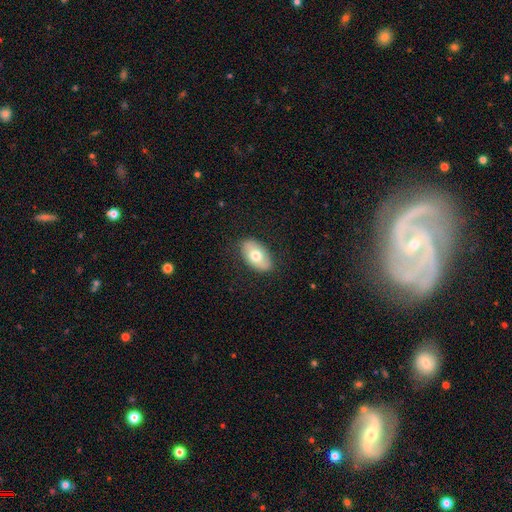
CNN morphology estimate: smooth 68%, featured or disk 26%, star or artifact 6%. Down the decision tree: how rounded — in between (93%); merging — none (83%).